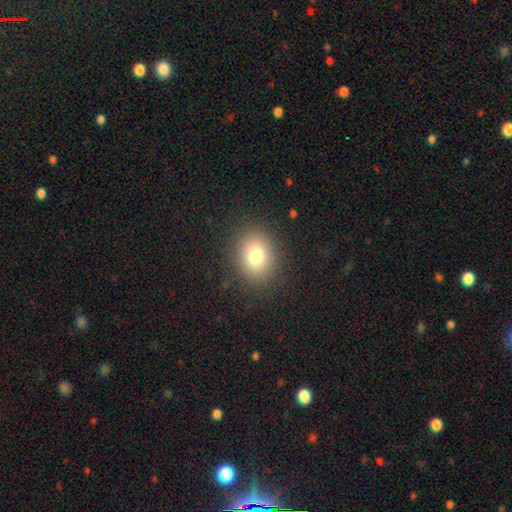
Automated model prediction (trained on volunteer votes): Morphology: type=smooth (78%); roundness=round (57%); merging=none (87%).